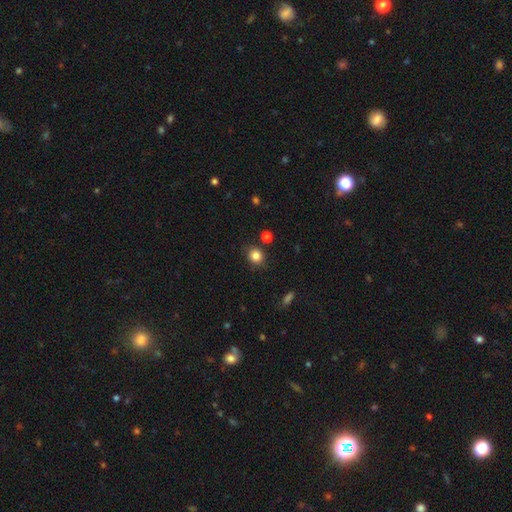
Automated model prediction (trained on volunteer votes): A smooth galaxy with no disk features (83%) that is round (78%). Merging: none (83%).